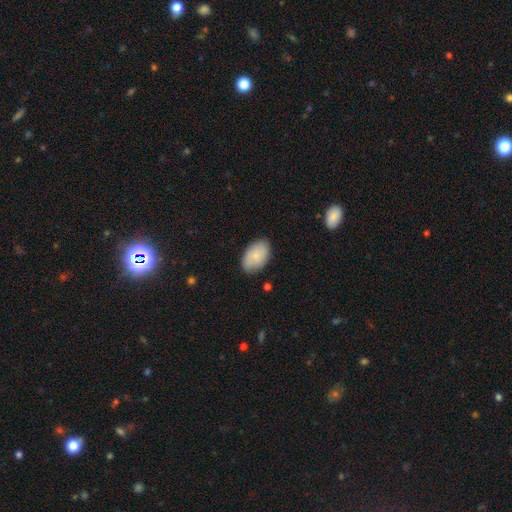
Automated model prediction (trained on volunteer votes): Smooth or featured? Predicted: smooth (p=0.78). How rounded? Predicted: in between (p=0.92). Merging? Predicted: none (p=0.83).